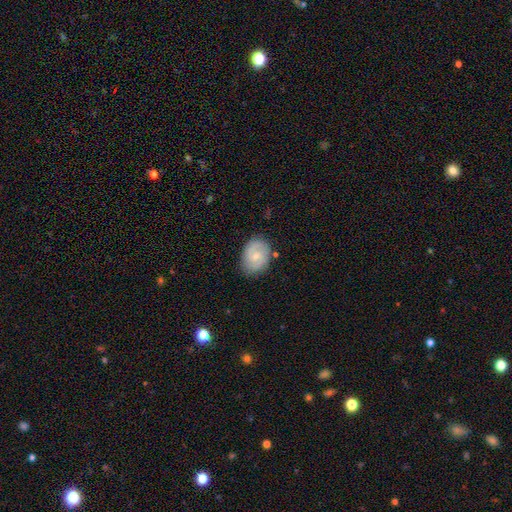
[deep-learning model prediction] The model was most divided on "bar": weak: 47%, no: 46%, strong: 7%. Remaining: edge-on disk — no (97%); spiral arms — yes (87%); merging — none (80%); spiral arm count — 2 (80%); smooth or featured — featured or disk (61%); bulge size — small (57%); spiral winding — medium (45%).